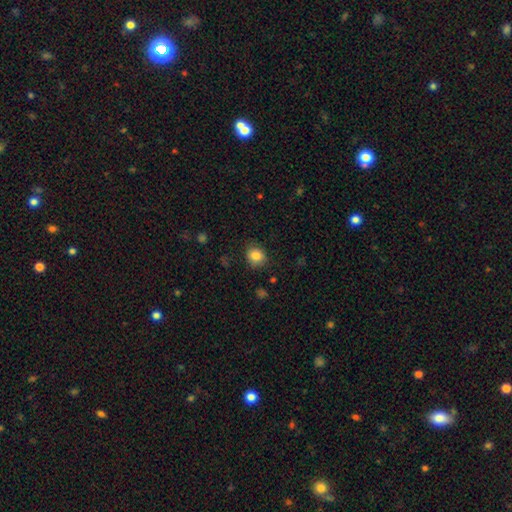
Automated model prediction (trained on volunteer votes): The model was most divided on "how rounded": round: 74%, in between: 25%, cigar-shaped: 1%. More confident: smooth or featured — smooth (84%); merging — none (82%).